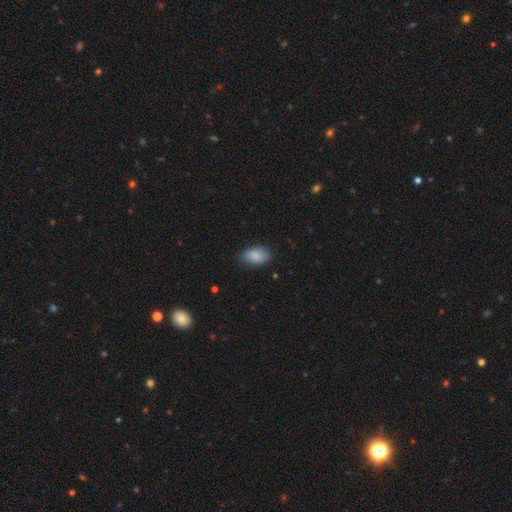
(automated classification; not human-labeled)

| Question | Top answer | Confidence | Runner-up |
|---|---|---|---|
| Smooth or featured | smooth | 88% | star or artifact (7%) |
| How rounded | in between | 91% | round (7%) |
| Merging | none | 79% | minor disturbance (17%) |